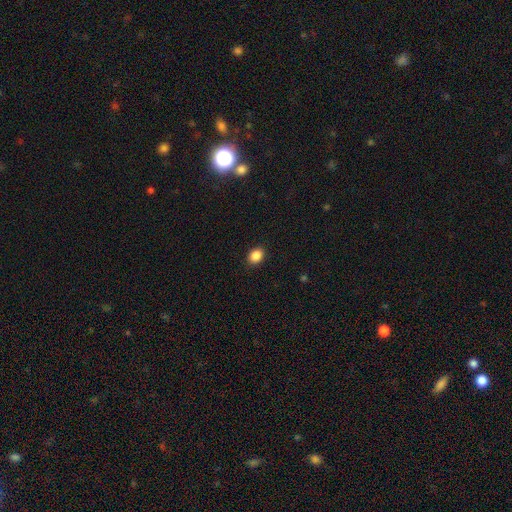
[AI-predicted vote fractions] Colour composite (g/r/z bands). It shows a smooth galaxy with no disk features (87%) that is in between round and cigar-shaped (57%). Merging: none (90%).